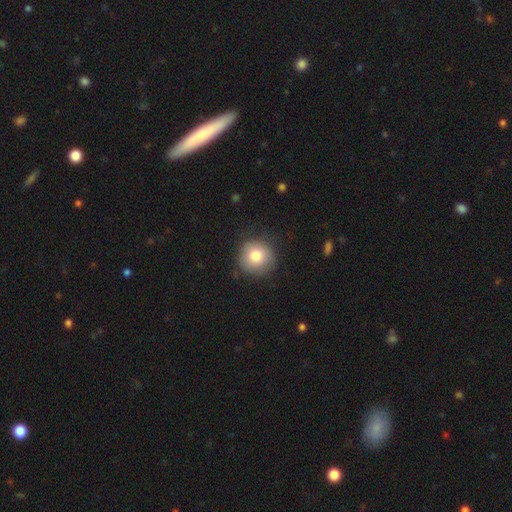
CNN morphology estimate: Smooth or featured: smooth — 80% (featured or disk — 11%)
How rounded: round — 93% (in between — 6%)
Merging: none — 82% (minor disturbance — 13%)